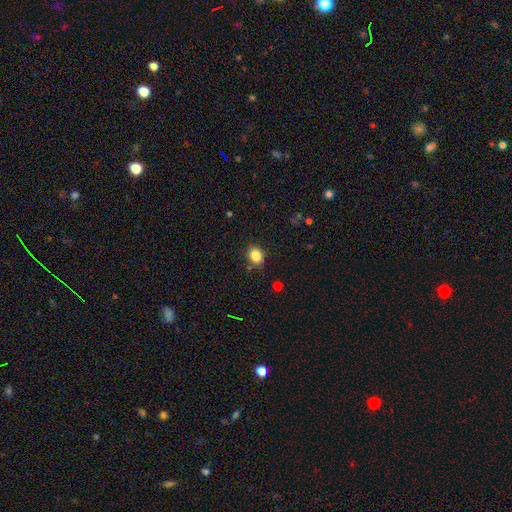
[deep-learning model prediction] A smooth galaxy with no disk features (85%) that is round (51%).

Vote fractions:
- Smooth or featured? smooth: 85% / star or artifact: 10% / featured or disk: 4%
- How rounded? round: 51% / in between: 48% / cigar-shaped: 1%
- Merging? none: 84% / minor disturbance: 10% / major disturbance: 3% / merger: 2%